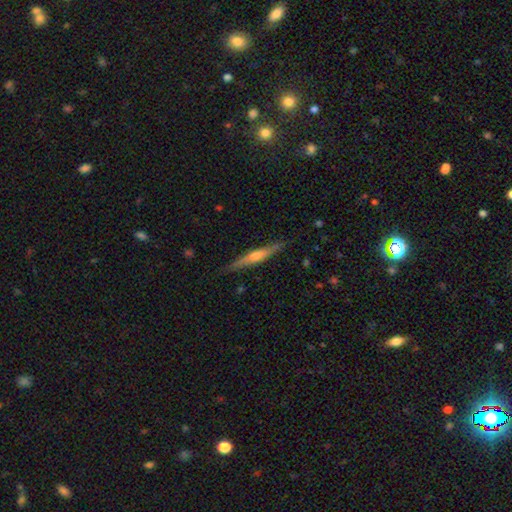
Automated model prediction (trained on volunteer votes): smooth_or_featured: featured or disk (p=0.64) [alt: smooth p=0.30]
disk_edge_on: yes (p=0.97) [alt: no p=0.03]
edge_on_bulge: rounded (p=0.73) [alt: none p=0.14]
merging: none (p=0.87) [alt: minor disturbance p=0.10]